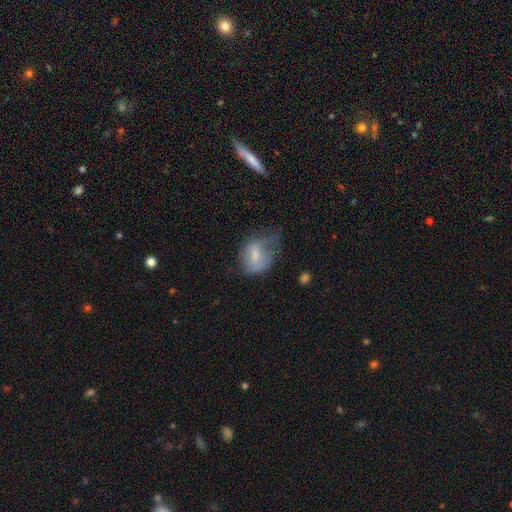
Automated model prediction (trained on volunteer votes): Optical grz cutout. It shows a smooth galaxy with no disk features (52%) that is in between round and cigar-shaped (65%). Merging: major disturbance (37%).